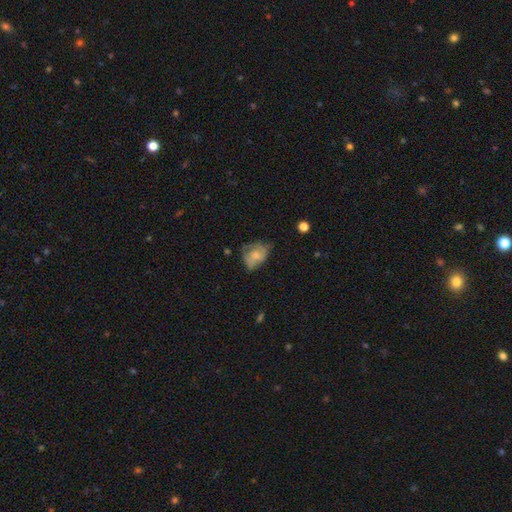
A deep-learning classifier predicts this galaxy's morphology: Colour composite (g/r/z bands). It shows a smooth galaxy with no disk features (56%) that is in between round and cigar-shaped (64%). Merging: none (38%).